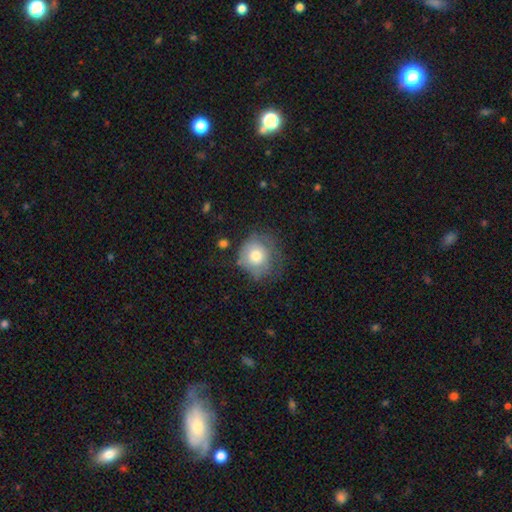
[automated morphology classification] Smooth or featured? Predicted: smooth (p=0.68). How rounded? Predicted: round (p=0.81). Merging? Predicted: none (p=0.49).